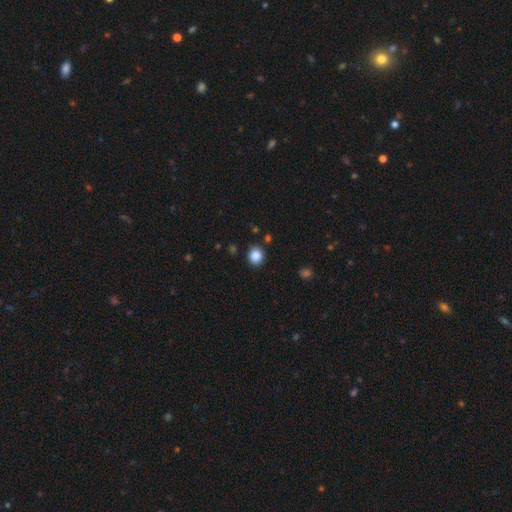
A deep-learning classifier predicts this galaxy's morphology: Smooth or featured? smooth (86%)
How rounded? round (85%)
Merging? none (87%)